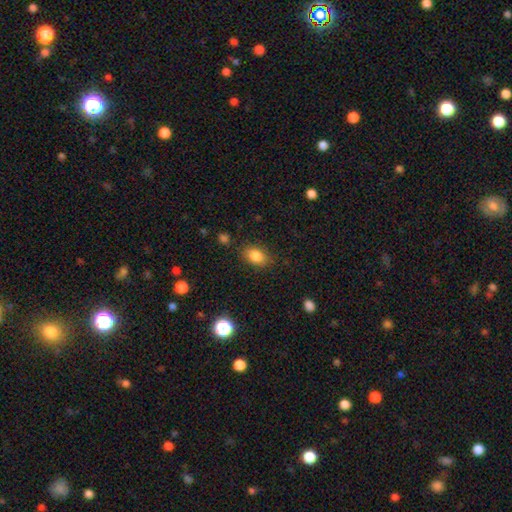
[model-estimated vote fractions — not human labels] smooth 84%, star or artifact 10%, featured or disk 6%. Down the decision tree: how rounded — in between (76%); merging — none (83%).